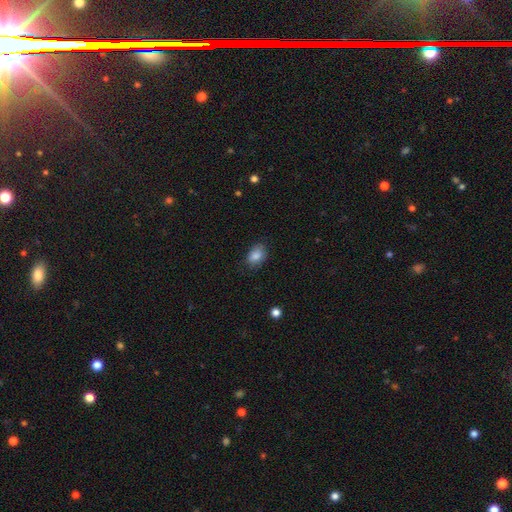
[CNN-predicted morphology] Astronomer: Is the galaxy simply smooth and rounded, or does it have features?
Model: smooth — 84%.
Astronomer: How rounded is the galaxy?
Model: in between — 76%.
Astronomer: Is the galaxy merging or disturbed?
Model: none — 78%.